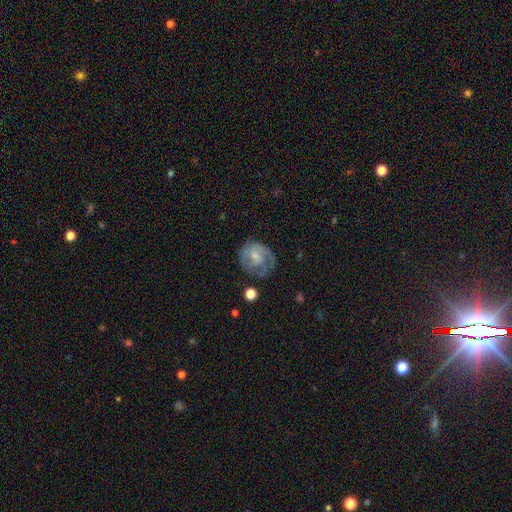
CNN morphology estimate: Smooth or featured? featured or disk (57%)
Edge-on disk? no (97%)
Bar? no (61%)
Spiral arms? yes (73%)
Bulge size? small (47%)
Merging? none (52%)